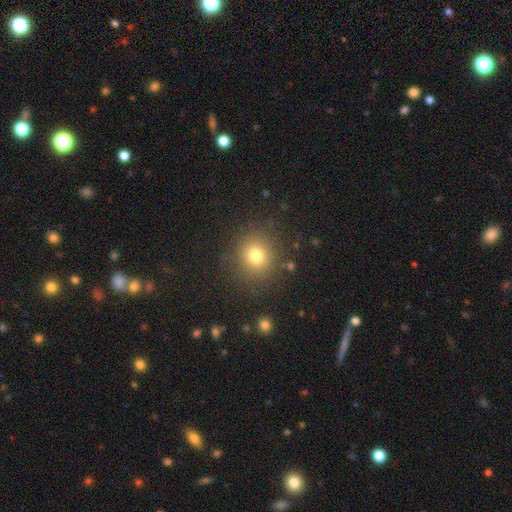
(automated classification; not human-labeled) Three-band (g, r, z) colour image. It shows a smooth galaxy with no disk features (76%) that is round (88%). Merging: none (86%).